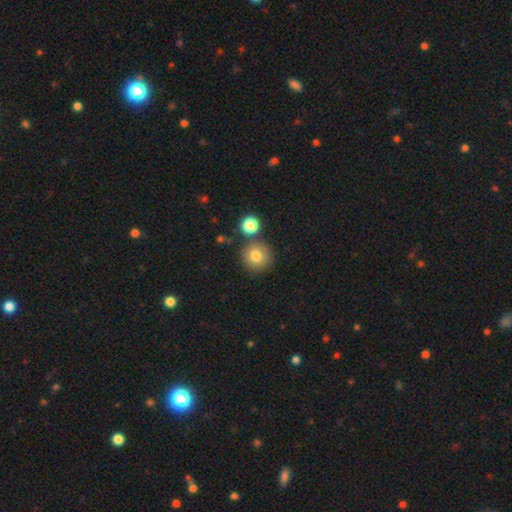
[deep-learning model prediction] Smooth or featured? Predicted: smooth (p=0.78). How rounded? Predicted: round (p=0.94). Merging? Predicted: none (p=0.78).